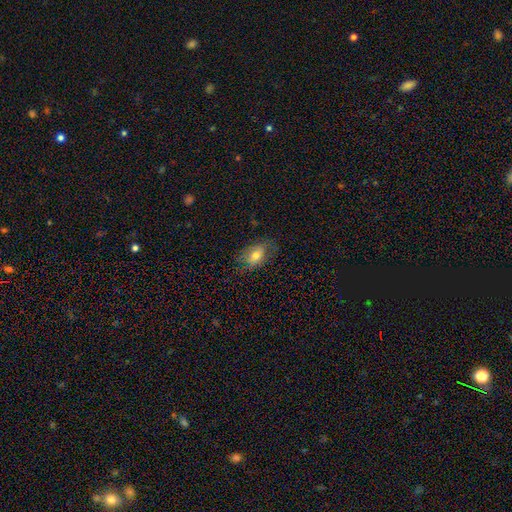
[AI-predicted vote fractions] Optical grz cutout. It shows a smooth galaxy with no disk features (65%) that is in between round and cigar-shaped (85%). Merging: none (70%).